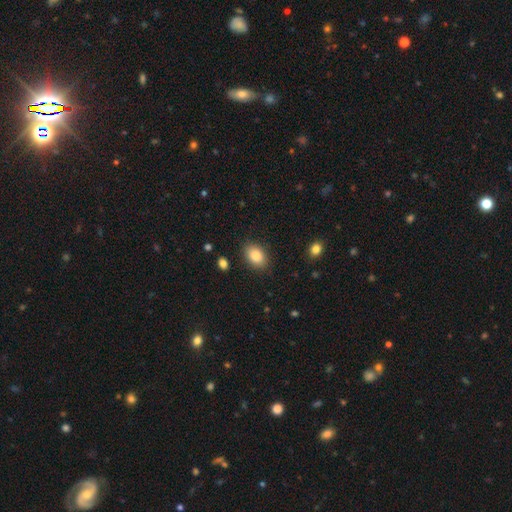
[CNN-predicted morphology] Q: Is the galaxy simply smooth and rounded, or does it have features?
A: smooth — 87%.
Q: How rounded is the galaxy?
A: in between — 80%.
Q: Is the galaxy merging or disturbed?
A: none — 86%.